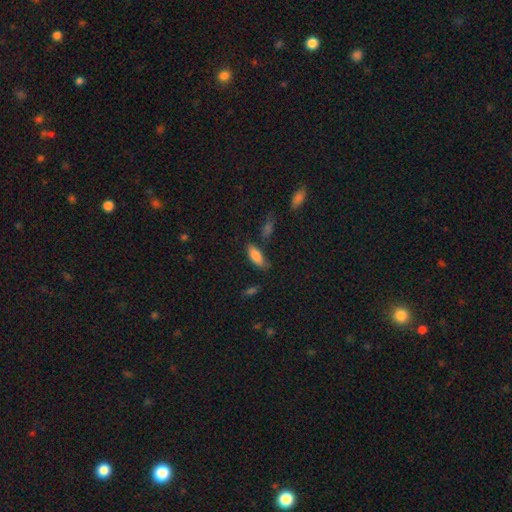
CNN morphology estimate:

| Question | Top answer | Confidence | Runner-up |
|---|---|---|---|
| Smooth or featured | smooth | 84% | featured or disk (9%) |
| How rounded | in between | 79% | cigar-shaped (19%) |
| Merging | none | 66% | minor disturbance (23%) |